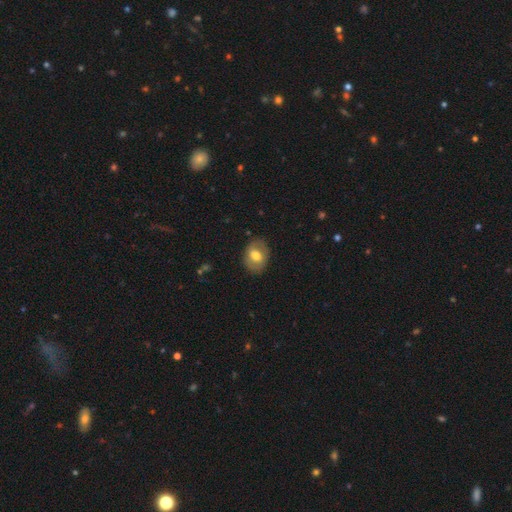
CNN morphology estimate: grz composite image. It shows a smooth galaxy with no disk features (58%) that is in between round and cigar-shaped (61%). Merging: none (82%).